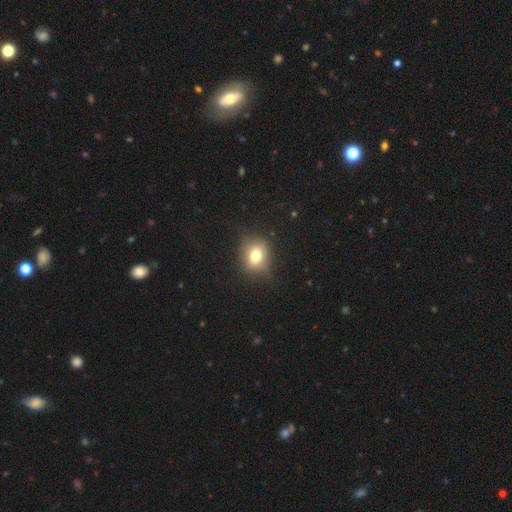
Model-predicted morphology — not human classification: type=smooth (72%); roundness=round (63%); merging=none (78%).